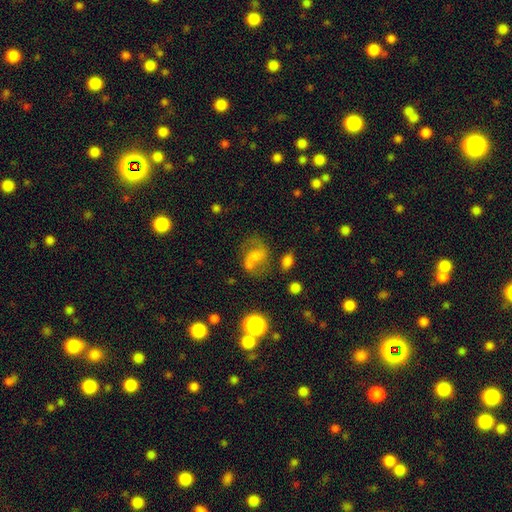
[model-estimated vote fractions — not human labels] A featured or disk galaxy (46%).

Vote fractions:
- Smooth or featured? featured or disk: 46% / smooth: 40% / star or artifact: 14%
- Merging? none: 40% / merger: 24% / major disturbance: 18% / minor disturbance: 18%